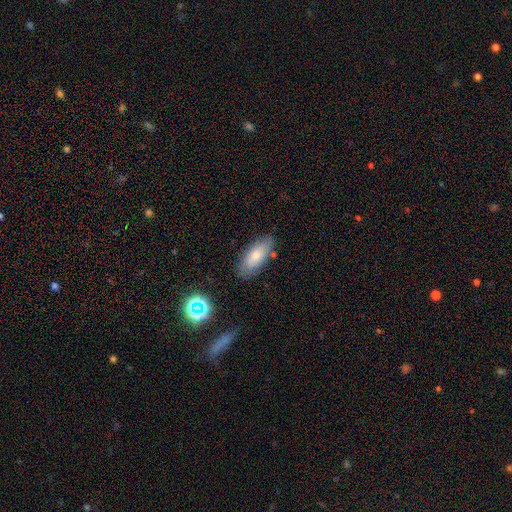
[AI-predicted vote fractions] A smooth galaxy with no disk features (75%) that is in between round and cigar-shaped (82%).

Vote fractions:
- Smooth or featured? smooth: 75% / featured or disk: 18% / star or artifact: 7%
- How rounded? in between: 82% / cigar-shaped: 16% / round: 2%
- Merging? none: 79% / minor disturbance: 15% / merger: 3% / major disturbance: 3%